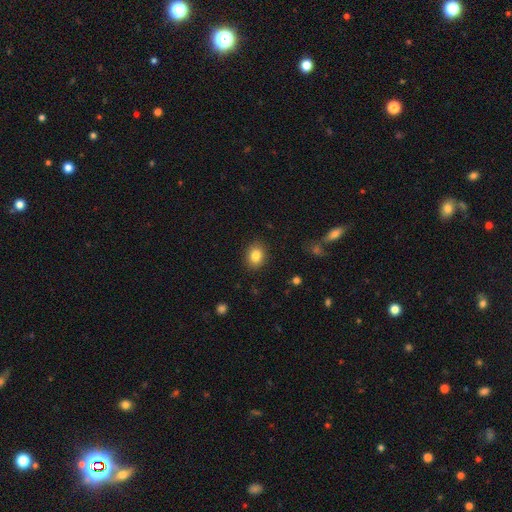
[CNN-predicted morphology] Smooth or featured: smooth — 84% (star or artifact — 10%)
How rounded: round — 51% (in between — 48%)
Merging: none — 88% (minor disturbance — 8%)